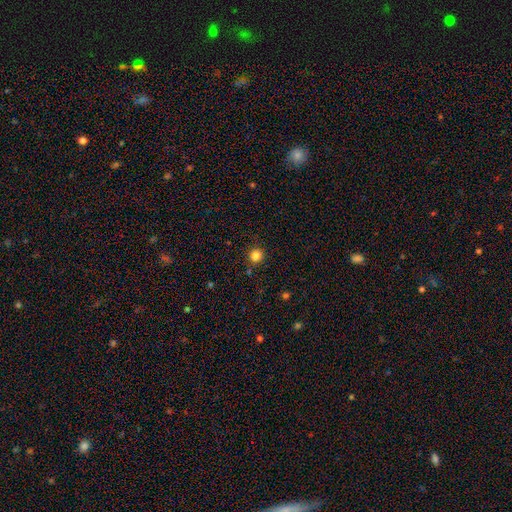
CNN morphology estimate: Smooth or featured?
  - smooth: 84% *
  - star or artifact: 12%
  - featured or disk: 4%
How rounded?
  - round: 92% *
  - in between: 7%
  - cigar-shaped: 1%
Merging?
  - none: 88% *
  - minor disturbance: 7%
  - merger: 3%
  - major disturbance: 2%